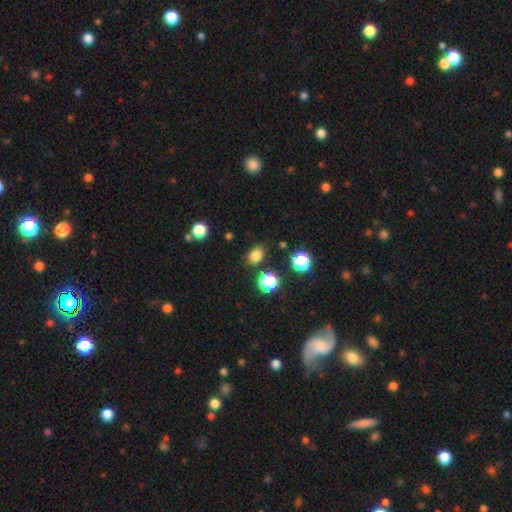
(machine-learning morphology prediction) Smooth or featured? Predicted: smooth (p=0.80). How rounded? Predicted: in between (p=0.58). Merging? Predicted: none (p=0.82).